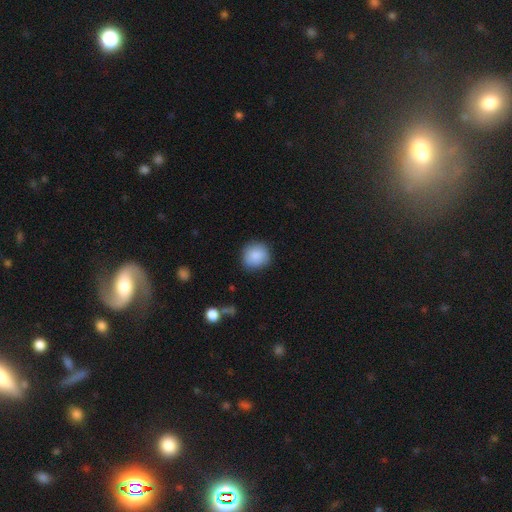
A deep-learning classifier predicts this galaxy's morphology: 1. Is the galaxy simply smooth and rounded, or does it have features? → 86% smooth, 7% star or artifact, 6% featured or disk.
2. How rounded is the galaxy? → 88% round, 11% in between, 1% cigar-shaped.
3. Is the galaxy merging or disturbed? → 85% none, 11% minor disturbance, 3% major disturbance, 1% merger.